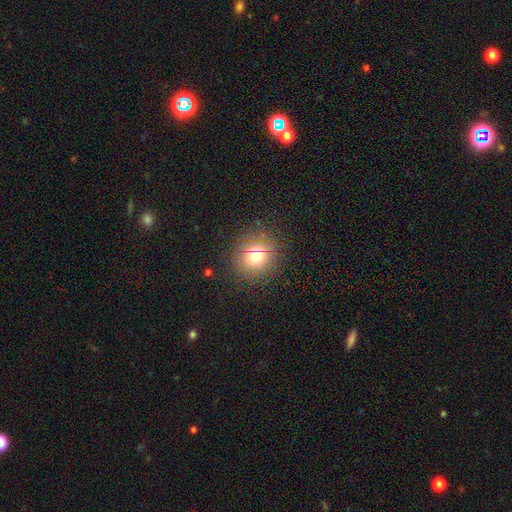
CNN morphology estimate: smooth 71%, star or artifact 18%, featured or disk 10%. Down the decision tree: how rounded — round (87%); merging — none (86%).